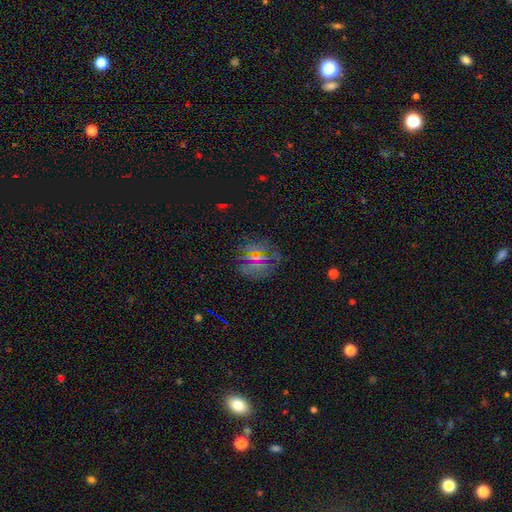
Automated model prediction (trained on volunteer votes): Smooth or featured? smooth (50%)
Merging? none (82%)